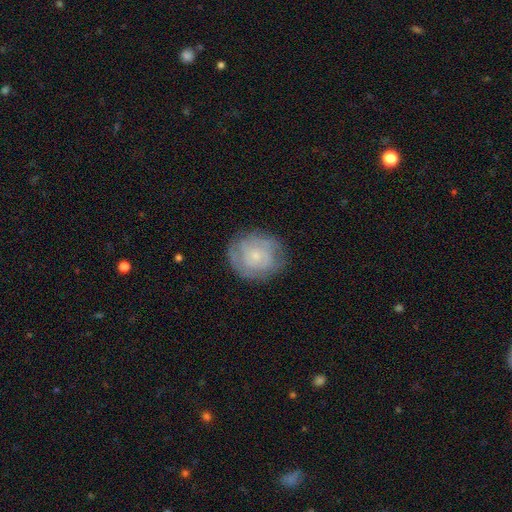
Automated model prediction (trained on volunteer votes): A featured or disk galaxy (62%) with no bar (81%), spiral arms (82%) and a small central bulge (76%).

Vote fractions:
- Smooth or featured? featured or disk: 62% / smooth: 31% / star or artifact: 7%
- Edge-on disk? no: 97% / yes: 3%
- Bar? no: 81% / weak: 16% / strong: 3%
- Spiral arms? yes: 82% / no: 18%
- Bulge size? small: 76% / moderate: 16% / none: 5% / large: 2% / dominant: 1%
- Merging? none: 77% / minor disturbance: 16% / major disturbance: 6% / merger: 1%